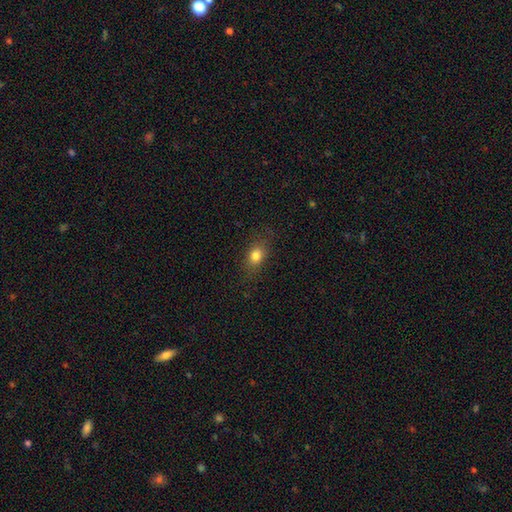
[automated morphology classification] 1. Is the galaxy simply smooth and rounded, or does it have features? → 80% smooth, 11% star or artifact, 10% featured or disk.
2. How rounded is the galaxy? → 68% in between, 27% round, 5% cigar-shaped.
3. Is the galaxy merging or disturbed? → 80% none, 14% minor disturbance, 5% major disturbance, 1% merger.